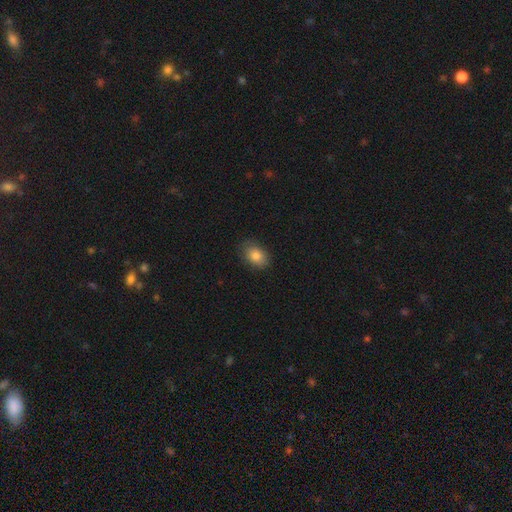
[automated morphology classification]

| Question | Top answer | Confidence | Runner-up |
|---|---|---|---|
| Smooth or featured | smooth | 84% | star or artifact (8%) |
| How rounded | in between | 79% | round (20%) |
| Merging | none | 83% | minor disturbance (13%) |